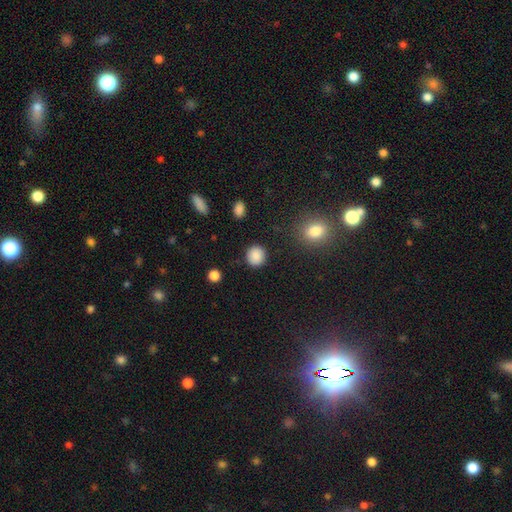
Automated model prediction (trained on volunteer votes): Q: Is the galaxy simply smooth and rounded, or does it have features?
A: smooth — 87%.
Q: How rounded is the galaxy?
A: round — 89%.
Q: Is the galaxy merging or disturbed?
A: none — 89%.